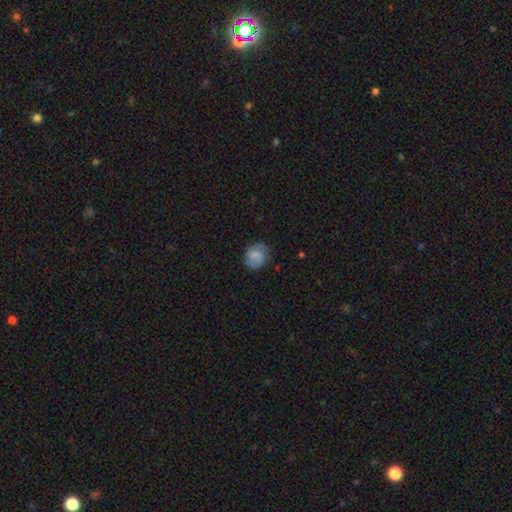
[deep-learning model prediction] The model was most divided on "how rounded": round: 61%, in between: 38%, cigar-shaped: 1%. More confident: merging — none (74%); smooth or featured — smooth (72%).